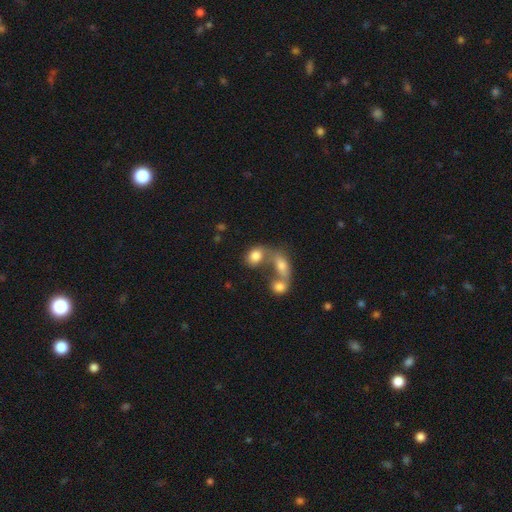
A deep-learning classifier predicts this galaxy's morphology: This appears to be a smooth galaxy with no disk features (78%) that is in between round and cigar-shaped (66%). Merging: merger (57%).